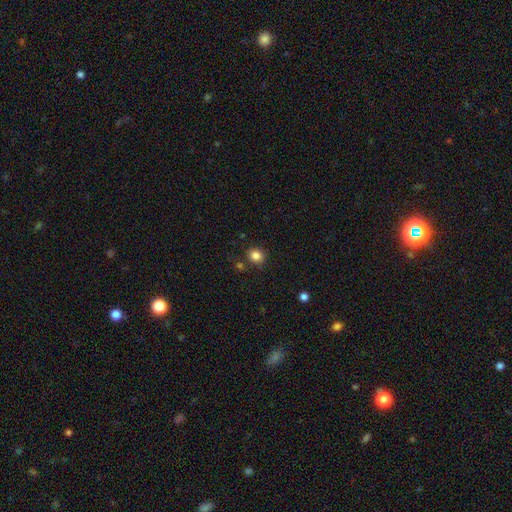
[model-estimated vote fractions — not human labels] smooth-or-featured: smooth: 84% | star or artifact: 11% | featured or disk: 5%
  how-rounded: round: 73% | in between: 27% | cigar-shaped: 1%
  merging: none: 83% | minor disturbance: 10% | merger: 5% | major disturbance: 3%